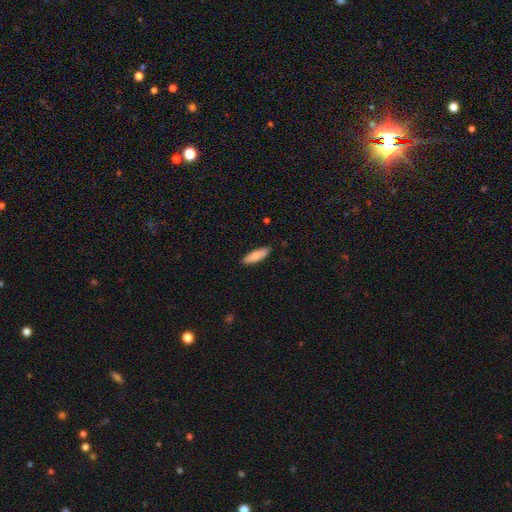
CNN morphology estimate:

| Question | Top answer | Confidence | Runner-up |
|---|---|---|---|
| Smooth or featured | smooth | 82% | featured or disk (12%) |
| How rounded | in between | 51% | cigar-shaped (47%) |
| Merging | none | 87% | minor disturbance (10%) |